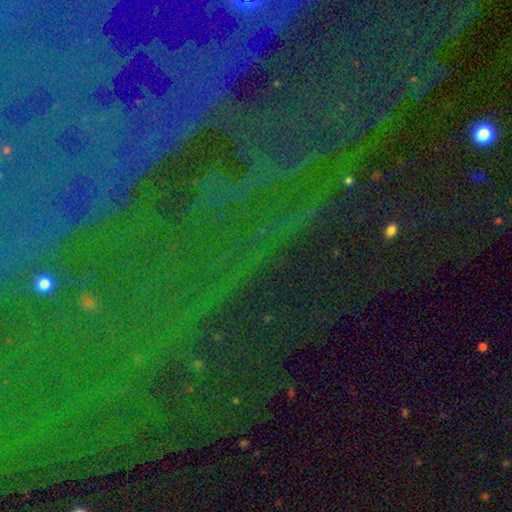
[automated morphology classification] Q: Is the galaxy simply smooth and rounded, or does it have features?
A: star or artifact — 77%.